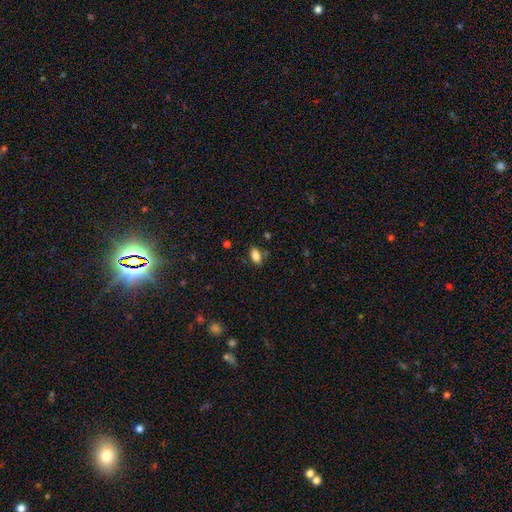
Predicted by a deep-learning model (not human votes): A smooth galaxy with no disk features (84%) that is in between round and cigar-shaped (89%). Merging: none (78%).